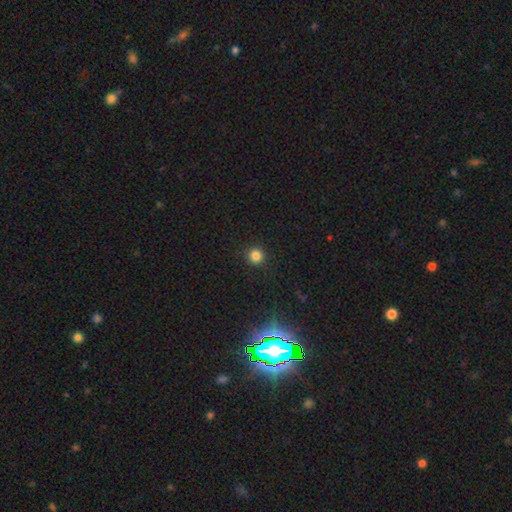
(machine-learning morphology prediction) smooth_or_featured: smooth (p=0.83) [alt: star or artifact p=0.14]
how_rounded: round (p=0.95) [alt: in between p=0.04]
merging: none (p=0.92) [alt: minor disturbance p=0.05]